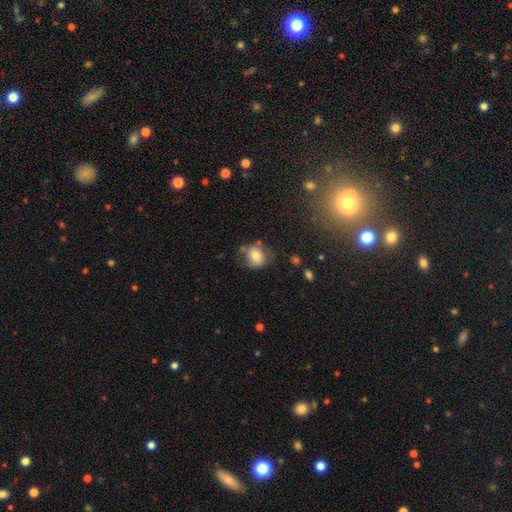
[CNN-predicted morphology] type=smooth (70%); roundness=round (60%); merging=none (60%).